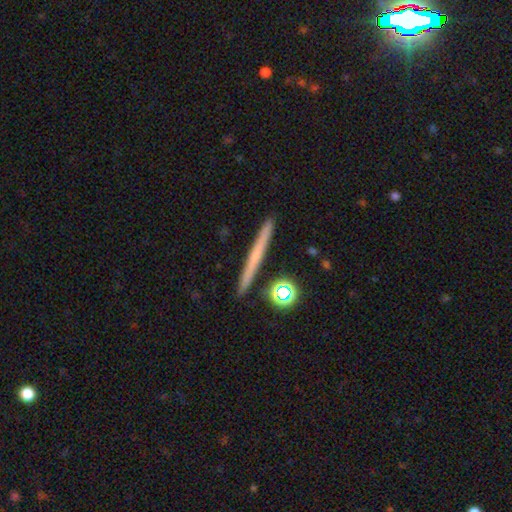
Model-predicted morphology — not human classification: Smooth or featured? Predicted: smooth (p=0.47). Merging? Predicted: none (p=0.90).